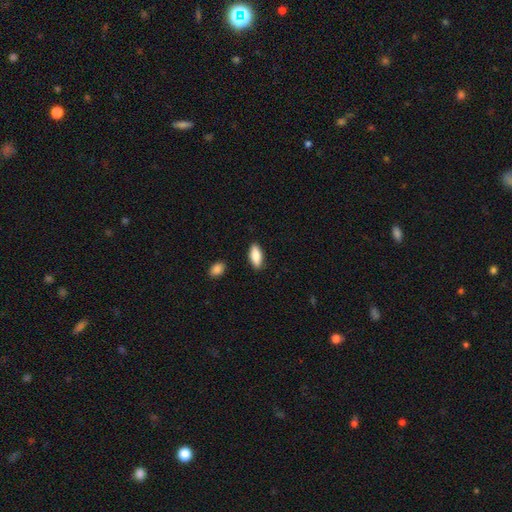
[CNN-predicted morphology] Smooth or featured: smooth — 82% (featured or disk — 12%)
How rounded: in between — 80% (cigar-shaped — 18%)
Merging: none — 88% (minor disturbance — 9%)